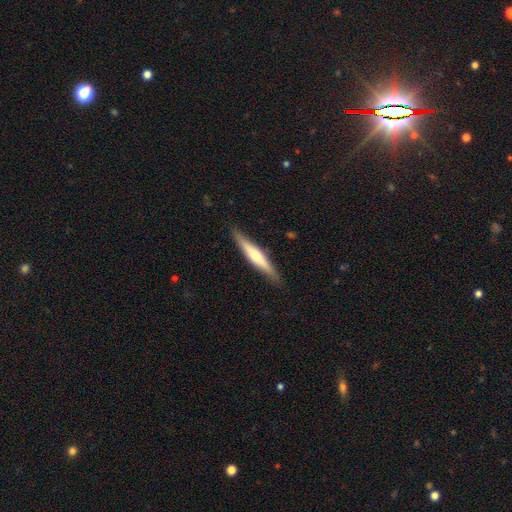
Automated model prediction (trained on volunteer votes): Overall: featured or disk (52%; smooth 43%). Edge-on disk: yes (95%). Merging: none (88%).